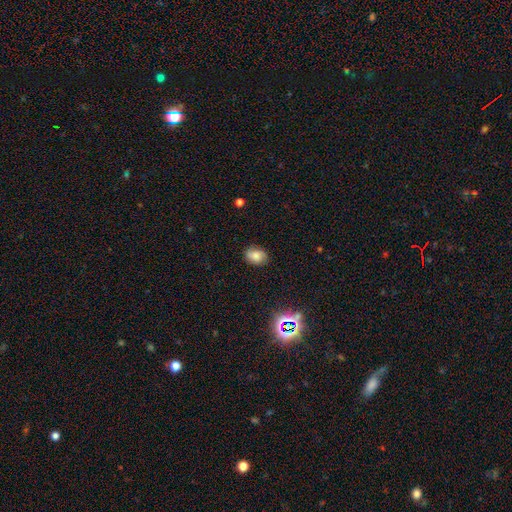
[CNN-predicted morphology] The model was most divided on "how rounded": in between: 71%, round: 28%, cigar-shaped: 1%. More confident: merging — none (81%); smooth or featured — smooth (77%).